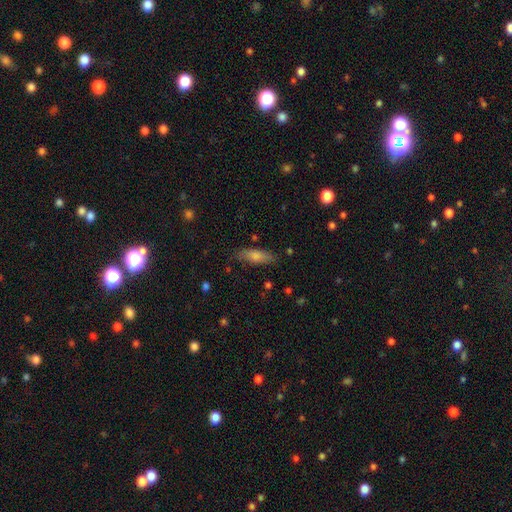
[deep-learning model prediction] The model was most divided on "how rounded": cigar-shaped: 53%, in between: 44%, round: 3%. More confident: merging — none (82%); smooth or featured — smooth (63%).